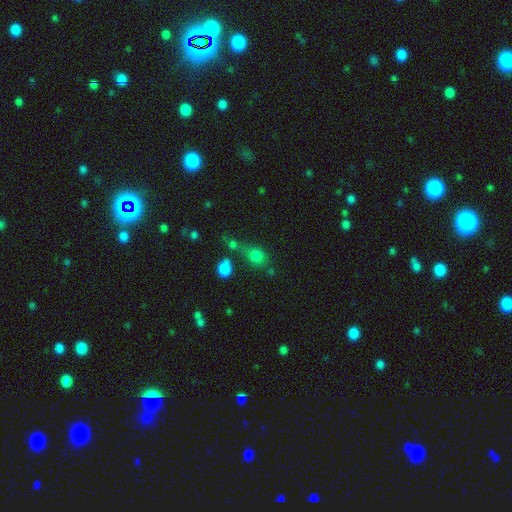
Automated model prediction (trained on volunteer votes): Smooth or featured? Predicted: smooth (p=0.78). How rounded? Predicted: round (p=0.52). Merging? Predicted: none (p=0.50).